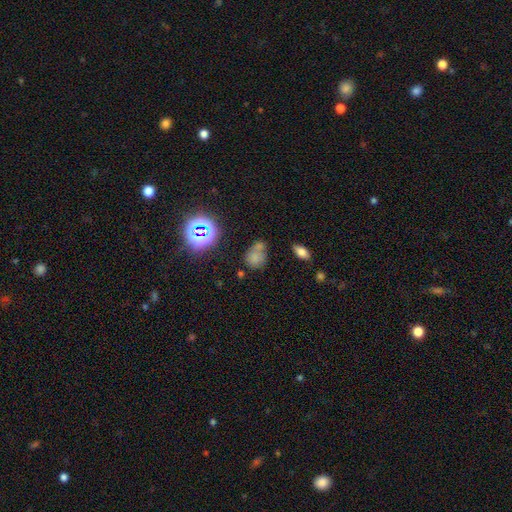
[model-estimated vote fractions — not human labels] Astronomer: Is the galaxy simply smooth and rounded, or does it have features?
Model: smooth — 64%.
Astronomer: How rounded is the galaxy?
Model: round — 51% (runner-up: in between, 47%).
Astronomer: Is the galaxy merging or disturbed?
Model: none — 43% (runner-up: merger, 33%).